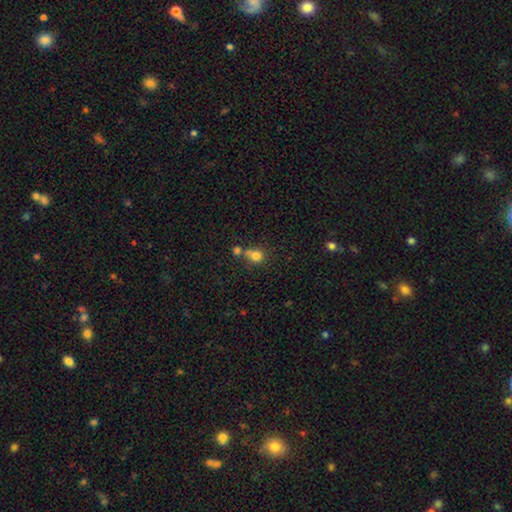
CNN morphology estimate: Smooth or featured? Predicted: smooth (p=0.79). How rounded? Predicted: round (p=0.80). Merging? Predicted: none (p=0.48).